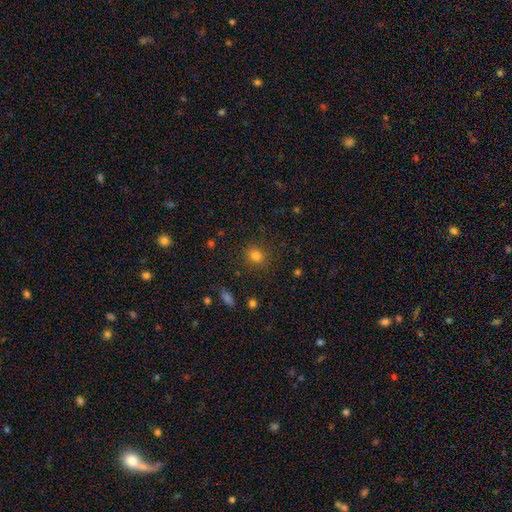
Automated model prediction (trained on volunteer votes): Smooth or featured? Predicted: smooth (p=0.80). How rounded? Predicted: round (p=0.71). Merging? Predicted: none (p=0.86).